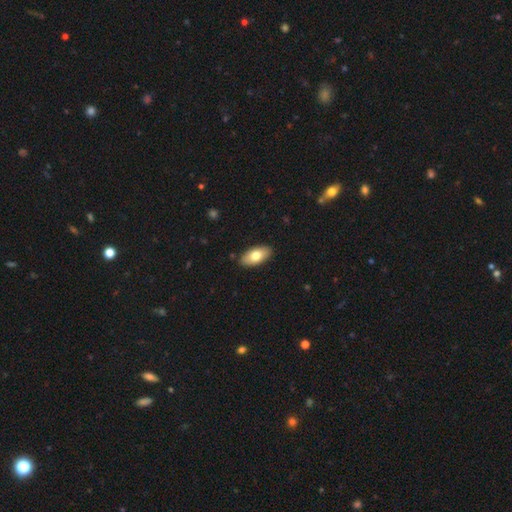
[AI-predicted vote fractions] Overall: smooth (74%). How rounded: in between (92%). Merging: none (89%).